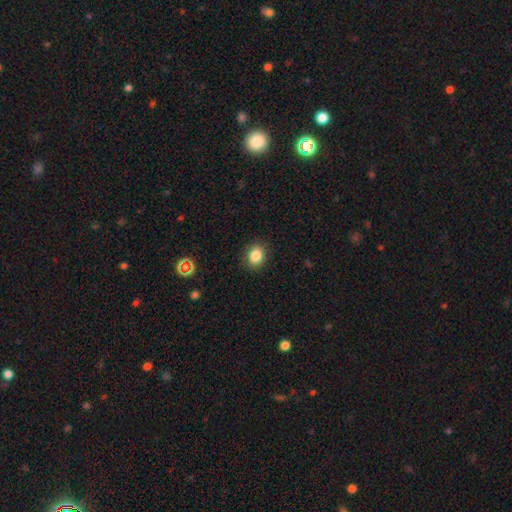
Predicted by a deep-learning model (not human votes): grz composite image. It shows a smooth galaxy with no disk features (85%) that is round (54%). Merging: none (88%).